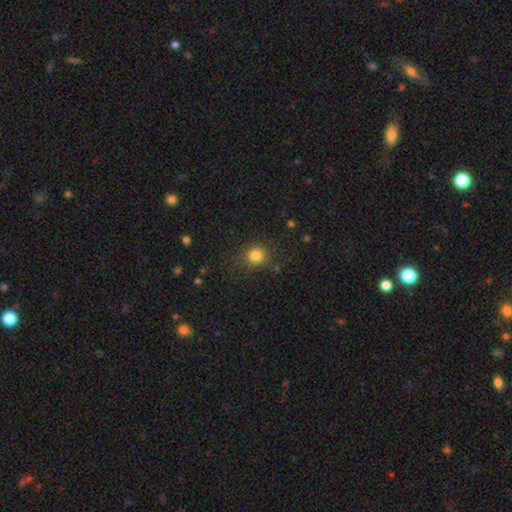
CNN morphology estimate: Smooth or featured? Predicted: smooth (p=0.81). How rounded? Predicted: round (p=0.84). Merging? Predicted: none (p=0.83).